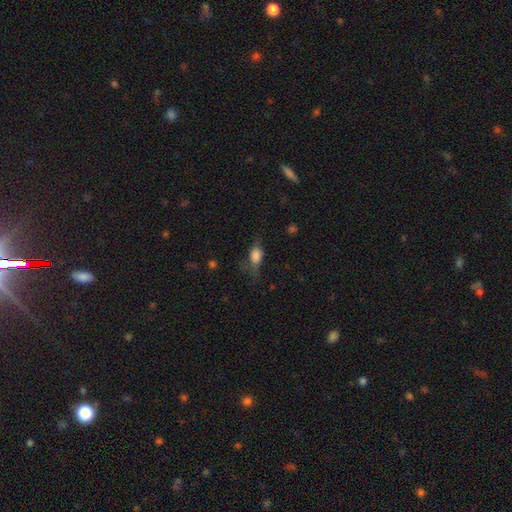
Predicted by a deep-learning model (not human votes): Smooth or featured?
  - smooth: 72% *
  - featured or disk: 18%
  - star or artifact: 10%
How rounded?
  - in between: 75% *
  - round: 13%
  - cigar-shaped: 12%
Merging?
  - none: 46% *
  - minor disturbance: 29%
  - major disturbance: 22%
  - merger: 2%